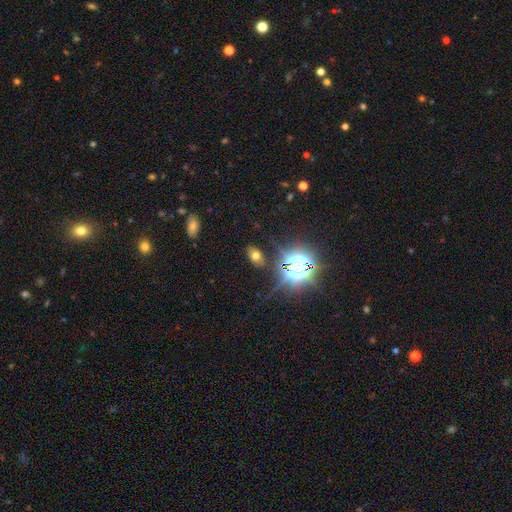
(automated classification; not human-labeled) Smooth or featured? Predicted: smooth (p=0.53). How rounded? Predicted: in between (p=0.83). Merging? Predicted: none (p=0.81).